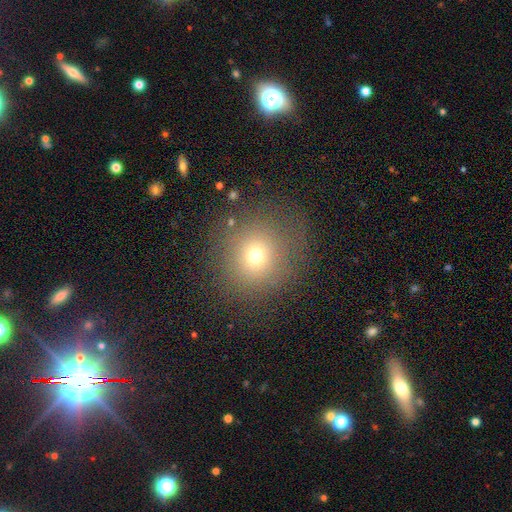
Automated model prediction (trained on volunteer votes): smooth_or_featured: smooth (p=0.68) [alt: star or artifact p=0.20]
how_rounded: round (p=0.90) [alt: in between p=0.09]
merging: none (p=0.82) [alt: minor disturbance p=0.10]